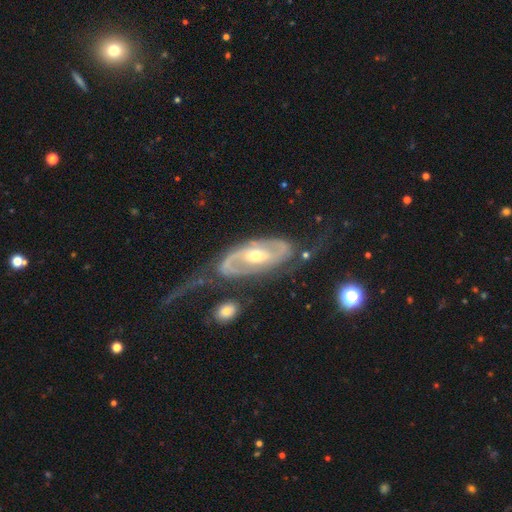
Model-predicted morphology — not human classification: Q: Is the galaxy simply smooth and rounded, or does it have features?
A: featured or disk — 88%.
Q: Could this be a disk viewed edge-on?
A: no — 94%.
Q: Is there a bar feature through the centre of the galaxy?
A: no — 39%.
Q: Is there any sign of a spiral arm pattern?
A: yes — 92%.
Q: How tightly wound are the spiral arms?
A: medium — 42%.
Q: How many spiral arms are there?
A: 2 — 85%.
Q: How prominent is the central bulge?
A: moderate — 58%.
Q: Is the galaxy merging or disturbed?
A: none — 48%.